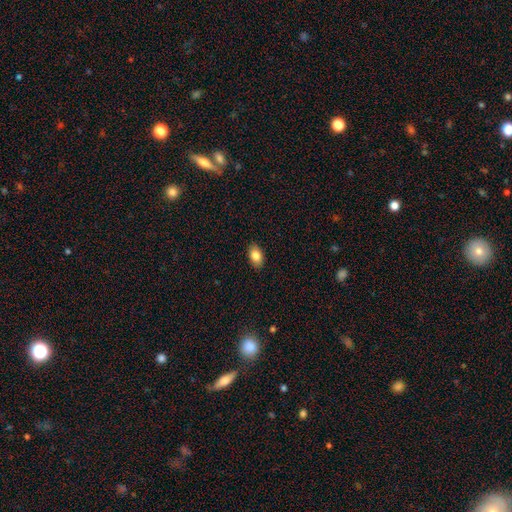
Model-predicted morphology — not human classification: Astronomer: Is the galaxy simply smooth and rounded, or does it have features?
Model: smooth — 84%.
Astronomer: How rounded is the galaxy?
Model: in between — 90%.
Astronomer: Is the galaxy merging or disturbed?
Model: none — 89%.